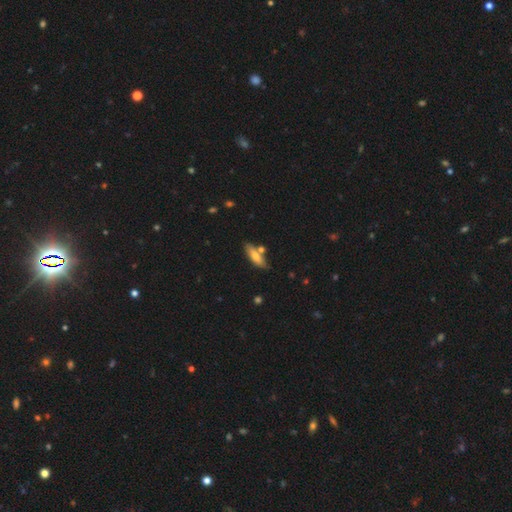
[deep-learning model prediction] A smooth galaxy with no disk features (69%) that is cigar-shaped (52%). Merging: none (70%).